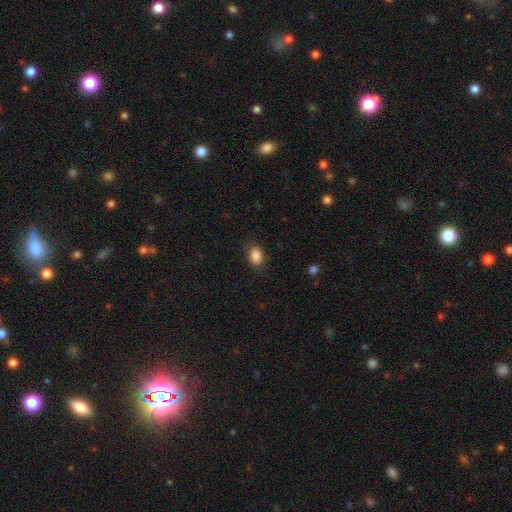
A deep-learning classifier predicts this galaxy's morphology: smooth 87%, star or artifact 9%, featured or disk 4%. Down the decision tree: how rounded — in between (76%); merging — none (83%).